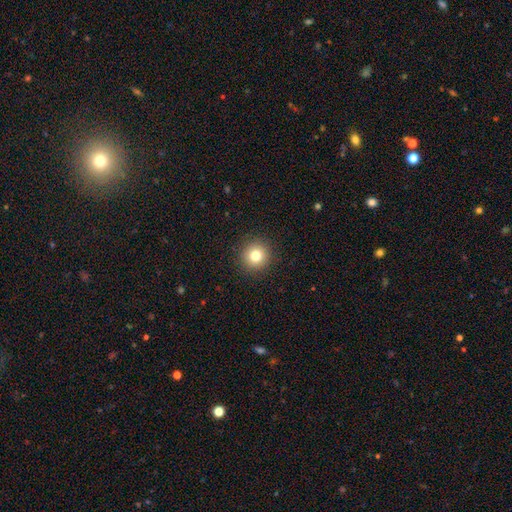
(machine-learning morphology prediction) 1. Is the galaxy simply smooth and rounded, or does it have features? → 79% smooth, 12% star or artifact, 9% featured or disk.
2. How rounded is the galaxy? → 95% round, 4% in between, 1% cigar-shaped.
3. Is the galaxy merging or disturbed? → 92% none, 5% minor disturbance, 2% major disturbance, 1% merger.